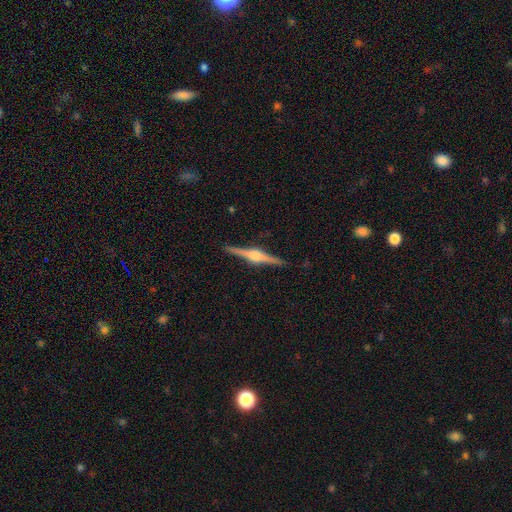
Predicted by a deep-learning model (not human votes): Smooth or featured?
  - featured or disk: 84% *
  - smooth: 10%
  - star or artifact: 5%
Edge-on disk?
  - yes: 98% *
  - no: 2%
Edge-on bulge?
  - rounded: 90% *
  - boxy: 8%
  - none: 2%
Merging?
  - none: 91% *
  - minor disturbance: 7%
  - major disturbance: 1%
  - merger: 1%